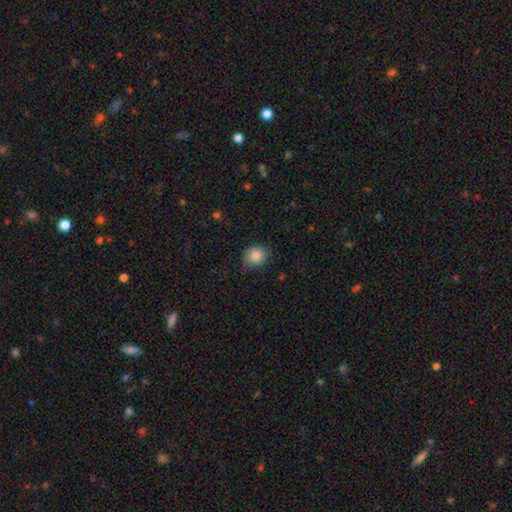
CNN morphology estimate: Smooth or featured?
  - smooth: 85% *
  - star or artifact: 10%
  - featured or disk: 6%
How rounded?
  - round: 80% *
  - in between: 19%
  - cigar-shaped: 1%
Merging?
  - none: 69% *
  - minor disturbance: 25%
  - major disturbance: 5%
  - merger: 1%